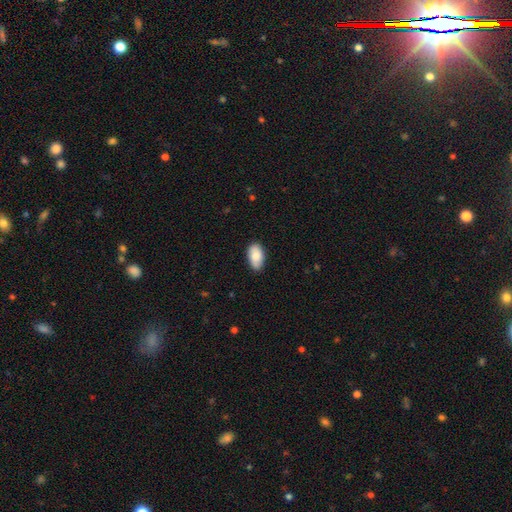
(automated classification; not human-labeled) This is clearly a smooth galaxy (84%). How rounded: clearly in between (94%). Merging: clearly none (83%).